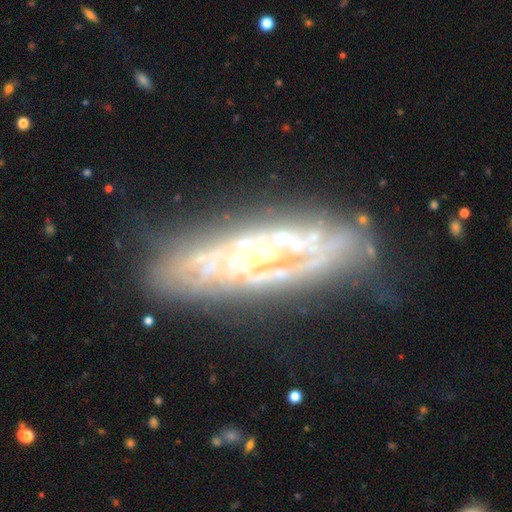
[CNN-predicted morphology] featured or disk 82%, smooth 10%, star or artifact 9%. Down the decision tree: edge-on disk — no (62%); bar — no (50%); spiral arms — yes (75%); bulge size — moderate (38%); merging — none (73%).